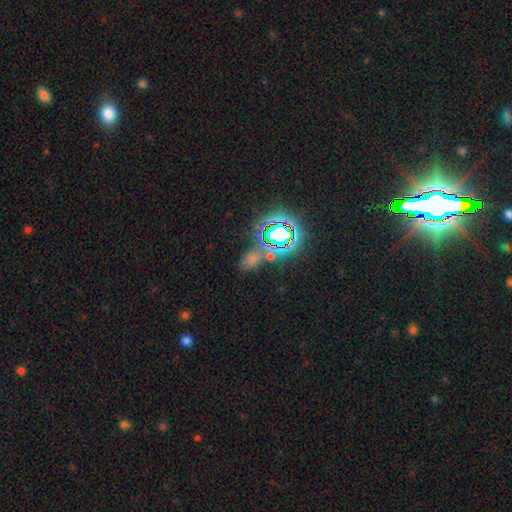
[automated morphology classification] Smooth or featured?
  - star or artifact: 60% *
  - smooth: 30%
  - featured or disk: 10%